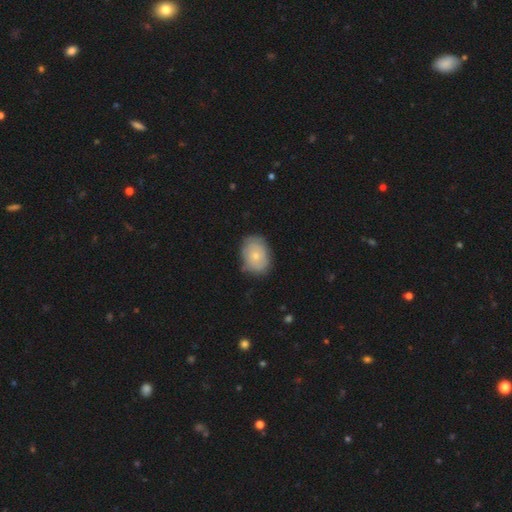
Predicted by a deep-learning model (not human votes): This appears to be a smooth galaxy with no disk features (51%) that is in between round and cigar-shaped (69%). Merging: none (71%).